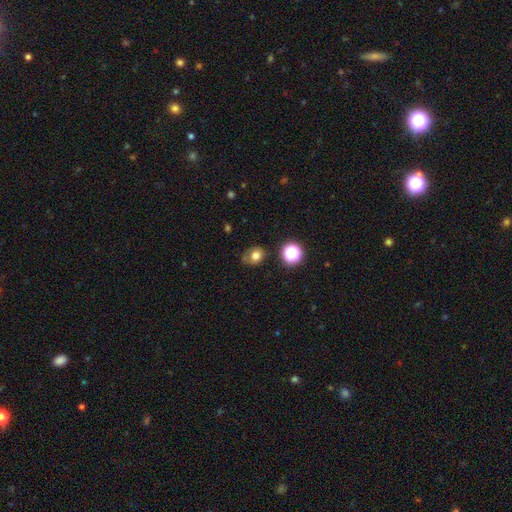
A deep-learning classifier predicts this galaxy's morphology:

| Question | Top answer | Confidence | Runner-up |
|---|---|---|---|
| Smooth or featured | smooth | 75% | star or artifact (15%) |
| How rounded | round | 65% | in between (34%) |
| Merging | none | 58% | minor disturbance (27%) |